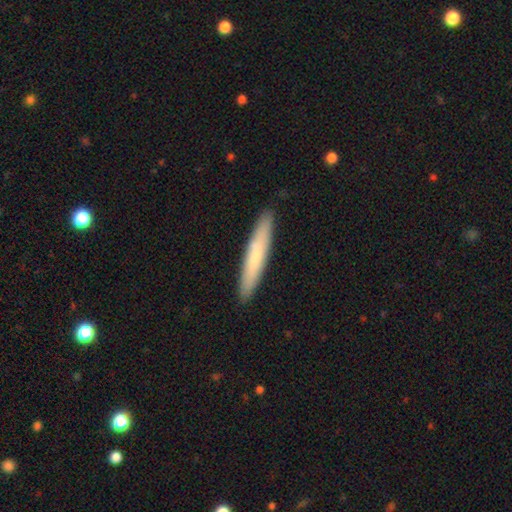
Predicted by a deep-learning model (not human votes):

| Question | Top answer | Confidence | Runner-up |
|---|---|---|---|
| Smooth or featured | smooth | 66% | featured or disk (29%) |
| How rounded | cigar-shaped | 93% | in between (6%) |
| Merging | none | 91% | minor disturbance (7%) |